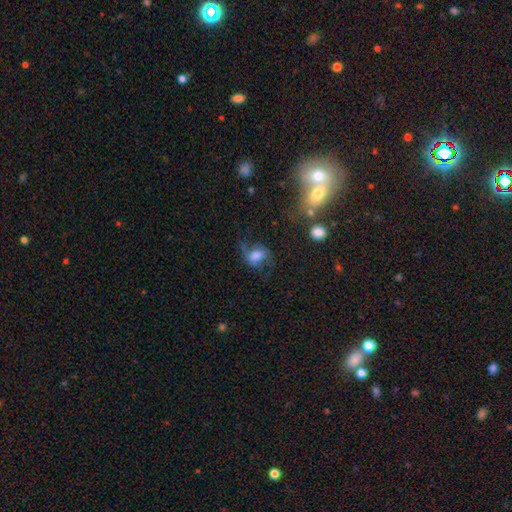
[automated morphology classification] Smooth or featured?
  - smooth: 55% *
  - featured or disk: 33%
  - star or artifact: 12%
How rounded?
  - in between: 64% *
  - round: 34%
  - cigar-shaped: 2%
Merging?
  - none: 43% *
  - major disturbance: 29%
  - minor disturbance: 24%
  - merger: 4%